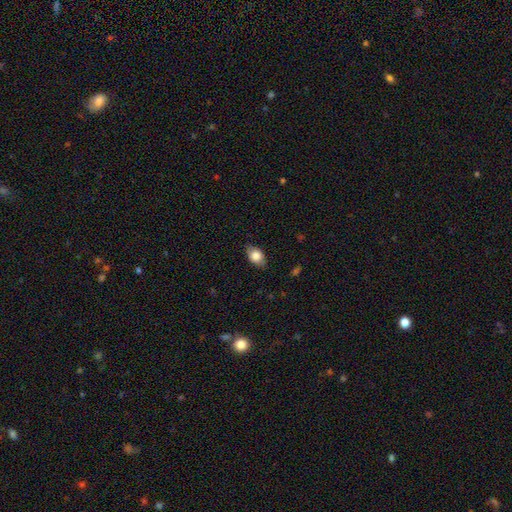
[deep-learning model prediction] This appears to be a smooth galaxy with no disk features (80%) that is in between round and cigar-shaped (83%). Merging: none (81%).